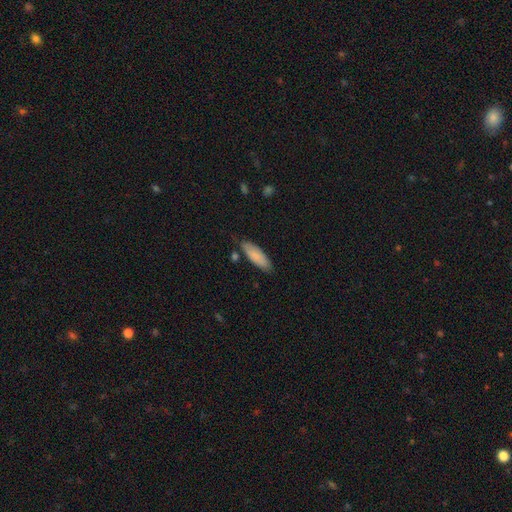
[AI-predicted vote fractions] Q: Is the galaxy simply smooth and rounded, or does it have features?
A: smooth — 85%.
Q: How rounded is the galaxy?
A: in between — 59%.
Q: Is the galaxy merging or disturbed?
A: none — 77%.